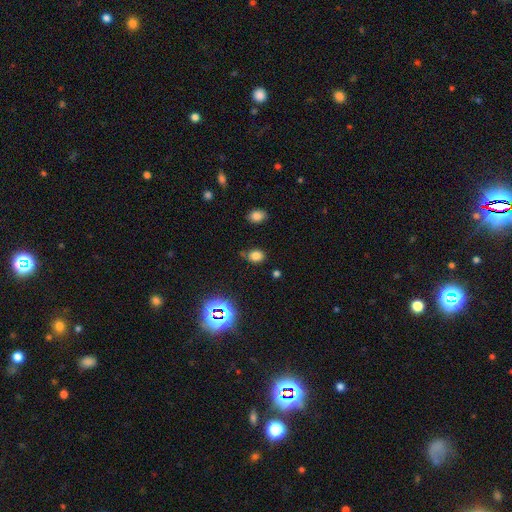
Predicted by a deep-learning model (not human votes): This appears to be a smooth galaxy with no disk features (73%) that is in between round and cigar-shaped (55%). Merging: none (75%).